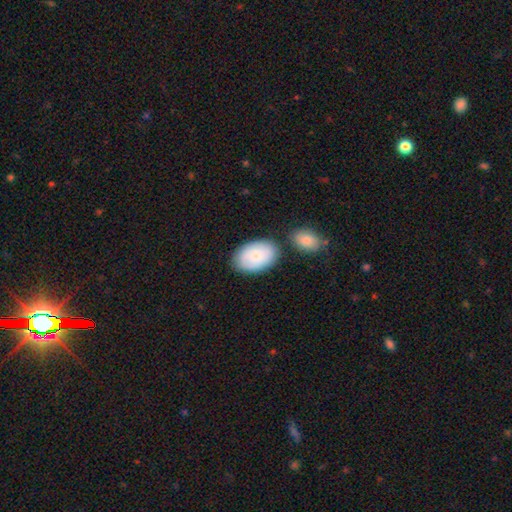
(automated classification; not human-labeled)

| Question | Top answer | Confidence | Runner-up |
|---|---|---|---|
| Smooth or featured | smooth | 77% | featured or disk (17%) |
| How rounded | in between | 89% | round (10%) |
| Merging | none | 70% | minor disturbance (15%) |